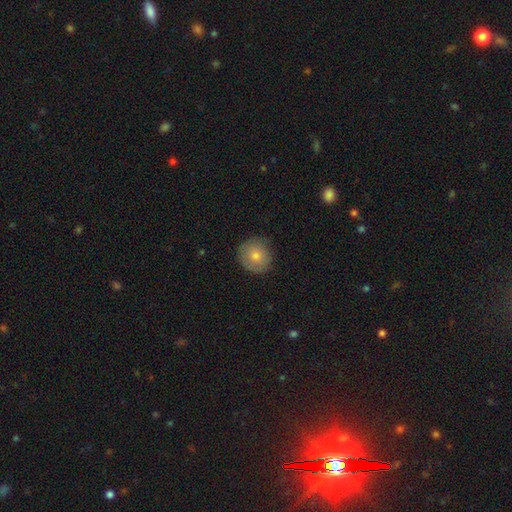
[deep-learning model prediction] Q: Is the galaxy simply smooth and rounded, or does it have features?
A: smooth — 73%.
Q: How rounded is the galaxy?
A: round — 92%.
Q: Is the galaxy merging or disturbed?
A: none — 86%.